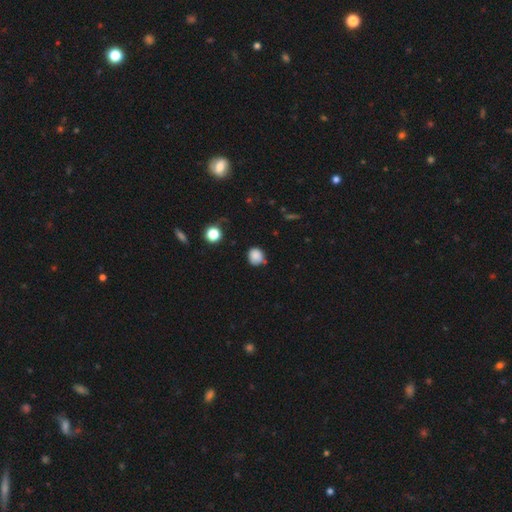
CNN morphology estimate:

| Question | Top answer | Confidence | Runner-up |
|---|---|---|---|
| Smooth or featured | smooth | 84% | star or artifact (11%) |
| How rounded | round | 78% | in between (21%) |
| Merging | none | 65% | minor disturbance (27%) |